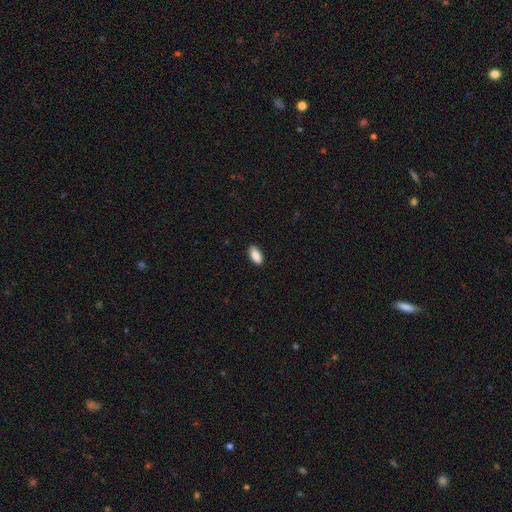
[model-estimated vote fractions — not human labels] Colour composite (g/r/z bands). It shows a smooth galaxy with no disk features (90%) that is in between round and cigar-shaped (92%). Merging: none (88%).